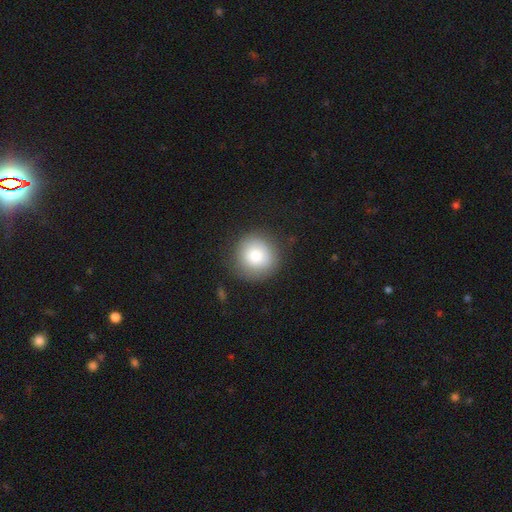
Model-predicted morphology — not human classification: smooth-or-featured: smooth: 81% | featured or disk: 10% | star or artifact: 8%
  how-rounded: round: 94% | in between: 5% | cigar-shaped: 1%
  merging: none: 84% | minor disturbance: 11% | major disturbance: 4% | merger: 1%